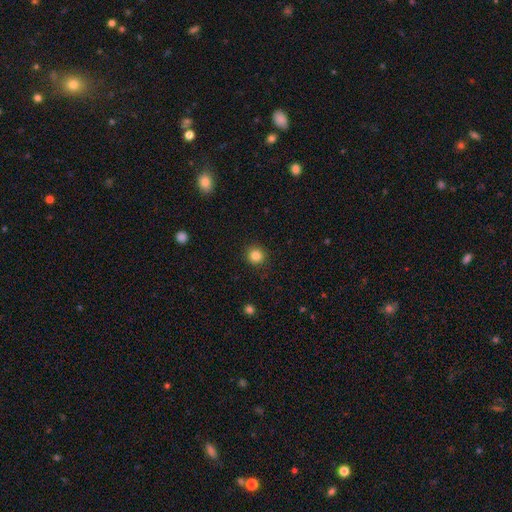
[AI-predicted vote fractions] The model was most divided on "smooth or featured": smooth: 84%, star or artifact: 11%, featured or disk: 5%. More confident: how rounded — round (93%); merging — none (90%).